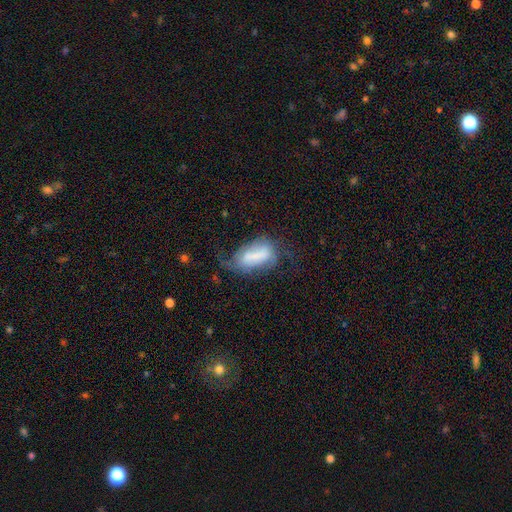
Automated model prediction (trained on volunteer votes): This is possibly a smooth galaxy (49%). Merging: marginally major disturbance (37%).